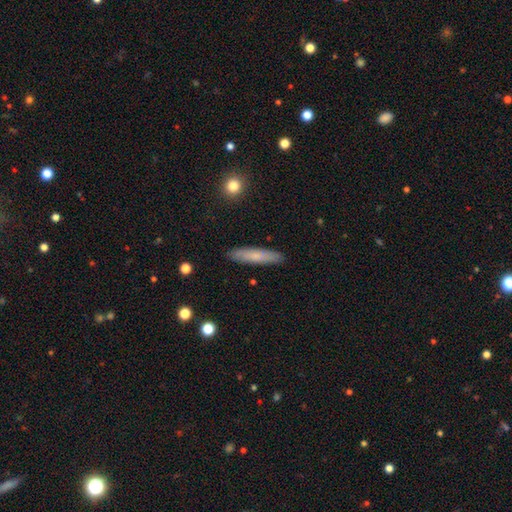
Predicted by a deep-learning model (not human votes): Overall: smooth (71%). How rounded: cigar-shaped (87%). Merging: none (89%).